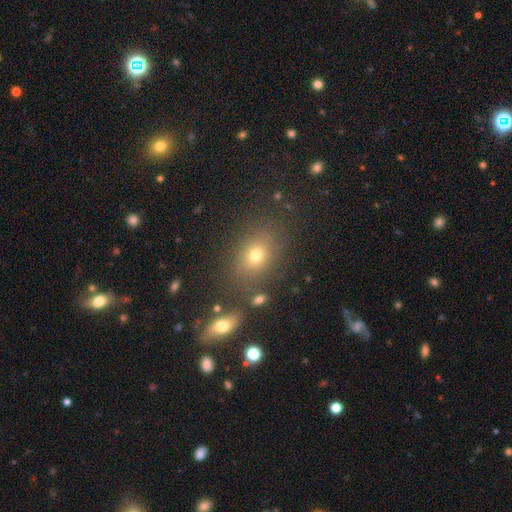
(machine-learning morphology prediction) A smooth galaxy with no disk features (69%) that is in between round and cigar-shaped (61%).

Vote fractions:
- Smooth or featured? smooth: 69% / star or artifact: 18% / featured or disk: 13%
- How rounded? in between: 61% / round: 37% / cigar-shaped: 2%
- Merging? none: 77% / minor disturbance: 11% / merger: 7% / major disturbance: 5%